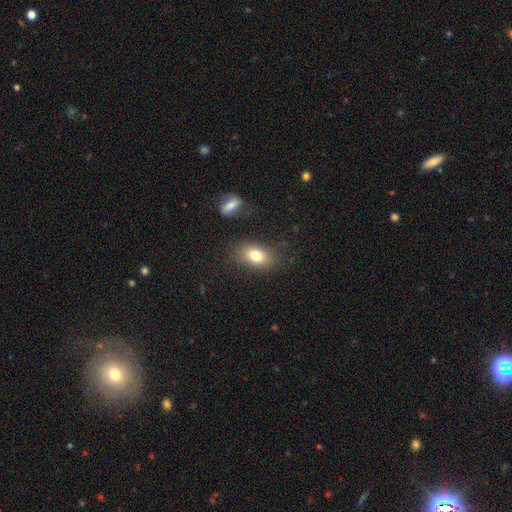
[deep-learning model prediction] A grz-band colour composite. It shows a smooth galaxy with no disk features (80%) that is in between round and cigar-shaped (83%). Merging: none (80%).